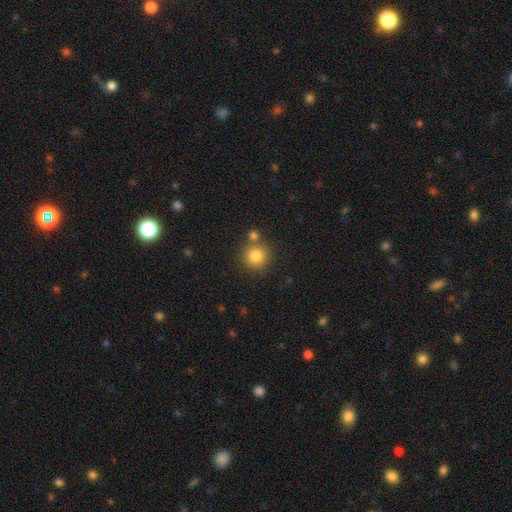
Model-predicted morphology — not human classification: smooth 82%, star or artifact 11%, featured or disk 7%. Down the decision tree: how rounded — round (93%); merging — none (74%).